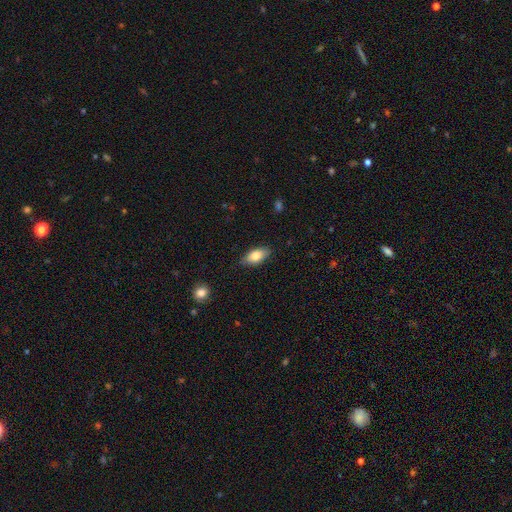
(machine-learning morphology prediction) Smooth or featured? smooth (79%)
How rounded? in between (90%)
Merging? none (83%)